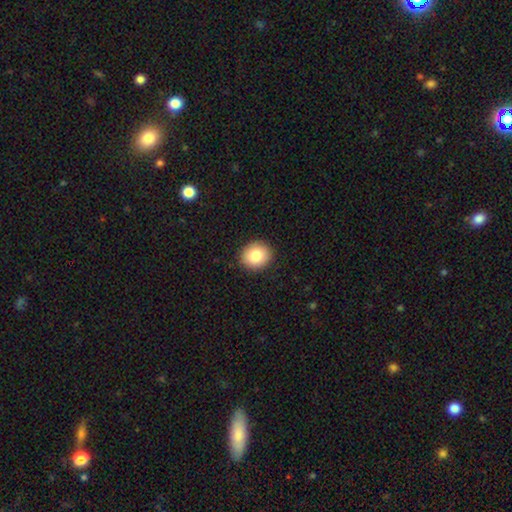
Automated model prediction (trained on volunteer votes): A smooth galaxy with no disk features (83%) that is round (79%). Merging: none (91%).